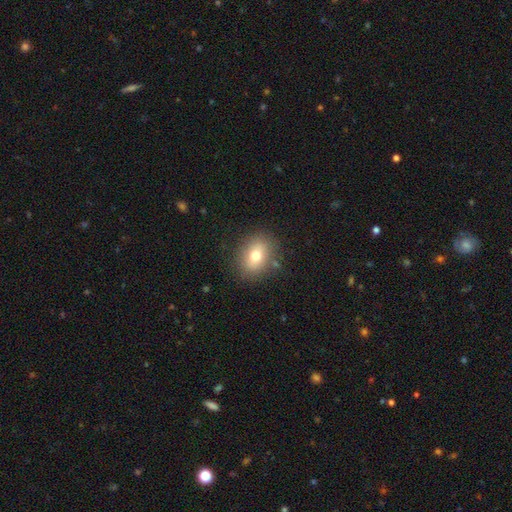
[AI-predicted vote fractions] Smooth or featured: smooth — 73% (featured or disk — 16%)
How rounded: in between — 62% (round — 36%)
Merging: none — 84% (minor disturbance — 11%)